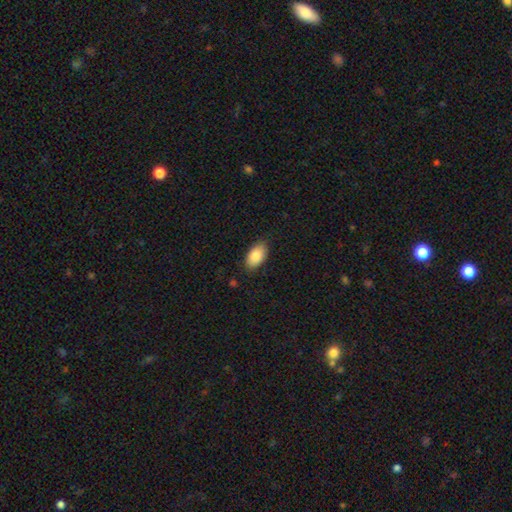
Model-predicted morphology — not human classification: Smooth or featured?
  - smooth: 85% *
  - featured or disk: 8%
  - star or artifact: 7%
How rounded?
  - in between: 94% *
  - round: 4%
  - cigar-shaped: 2%
Merging?
  - none: 84% *
  - minor disturbance: 12%
  - major disturbance: 2%
  - merger: 1%